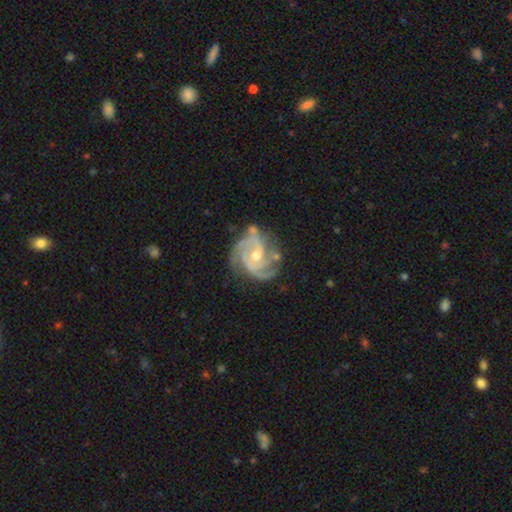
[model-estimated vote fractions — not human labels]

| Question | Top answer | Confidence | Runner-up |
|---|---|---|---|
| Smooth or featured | featured or disk | 92% | star or artifact (5%) |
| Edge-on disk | no | 98% | yes (2%) |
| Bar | no | 59% | weak (31%) |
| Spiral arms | yes | 98% | no (2%) |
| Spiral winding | tight | 54% | medium (40%) |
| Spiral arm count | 3 | 51% | 2 (18%) |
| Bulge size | moderate | 55% | small (42%) |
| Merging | none | 68% | minor disturbance (21%) |